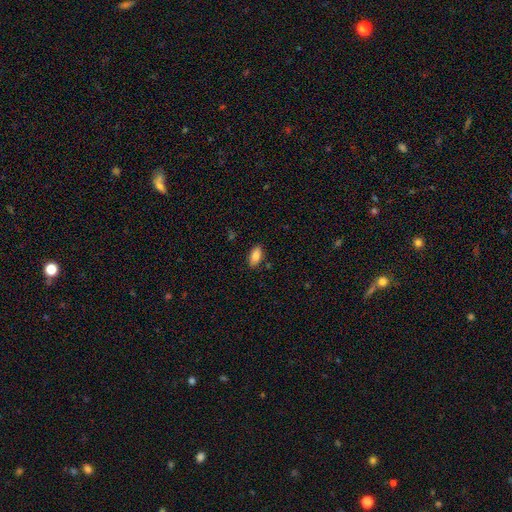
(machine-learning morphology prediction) Smooth or featured?
  - smooth: 83% *
  - featured or disk: 9%
  - star or artifact: 7%
How rounded?
  - in between: 91% *
  - cigar-shaped: 6%
  - round: 3%
Merging?
  - none: 85% *
  - minor disturbance: 11%
  - major disturbance: 2%
  - merger: 2%